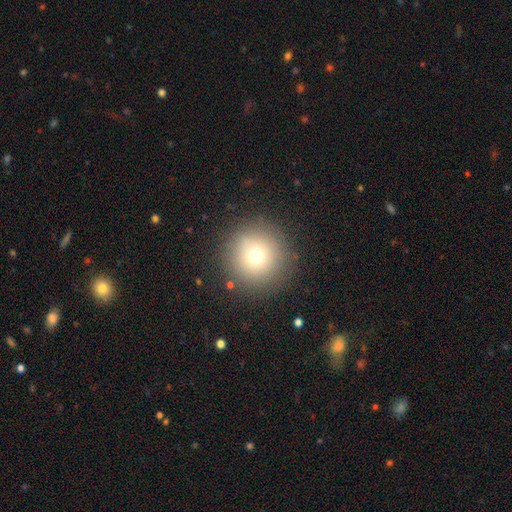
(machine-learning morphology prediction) Smooth or featured? Predicted: smooth (p=0.72). How rounded? Predicted: round (p=0.96). Merging? Predicted: none (p=0.88).